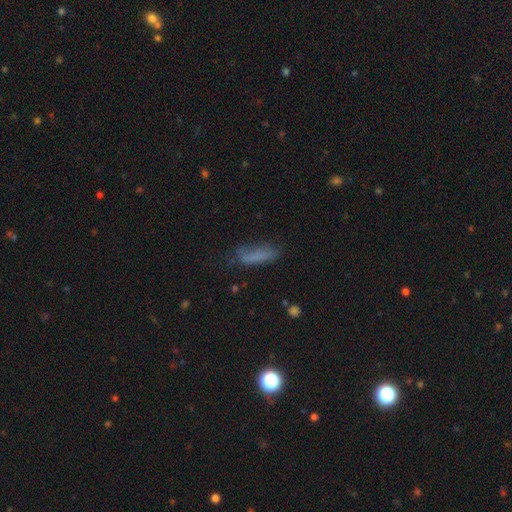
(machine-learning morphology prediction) A smooth galaxy with no disk features (70%) that is cigar-shaped (57%). Merging: none (53%).